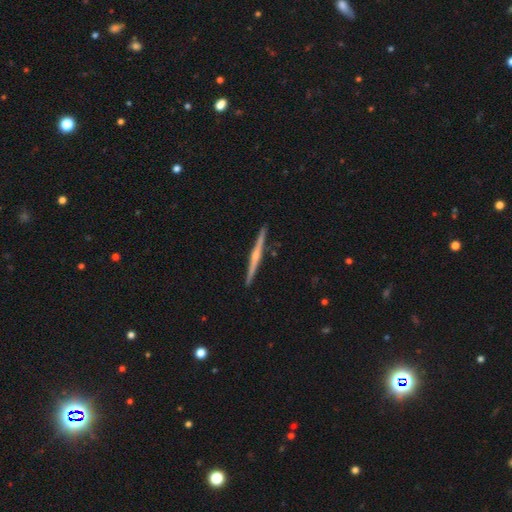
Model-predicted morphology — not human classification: Smooth or featured? featured or disk (77%)
Edge-on disk? yes (99%)
Edge-on bulge? rounded (71%)
Merging? none (92%)